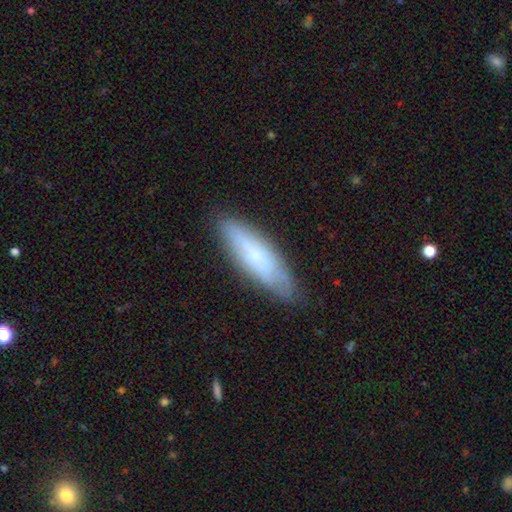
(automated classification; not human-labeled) Overall: smooth (57%; featured or disk 35%). How rounded: cigar-shaped (58%; in between 40%). Merging: none (79%).